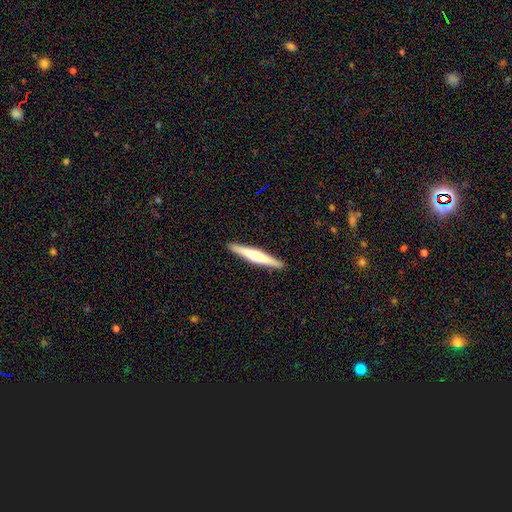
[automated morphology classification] This is possibly a featured or disk galaxy (50%). Merging: clearly none (92%).